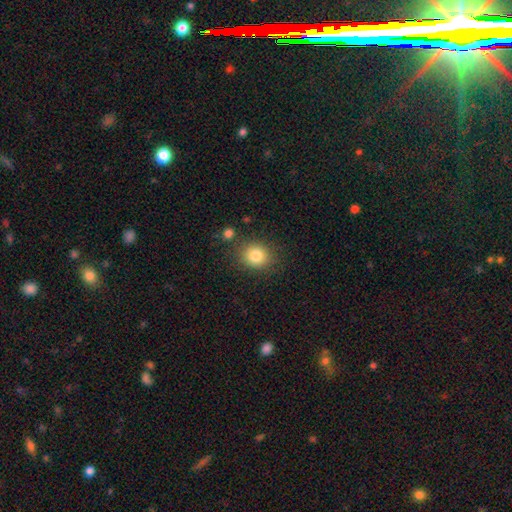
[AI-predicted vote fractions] Overall: smooth (82%). How rounded: round (77%). Merging: none (82%).